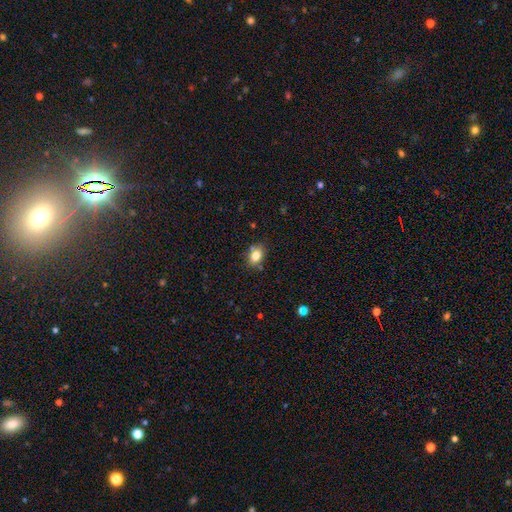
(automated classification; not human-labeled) Overall: smooth (82%). How rounded: in between (78%). Merging: none (77%).